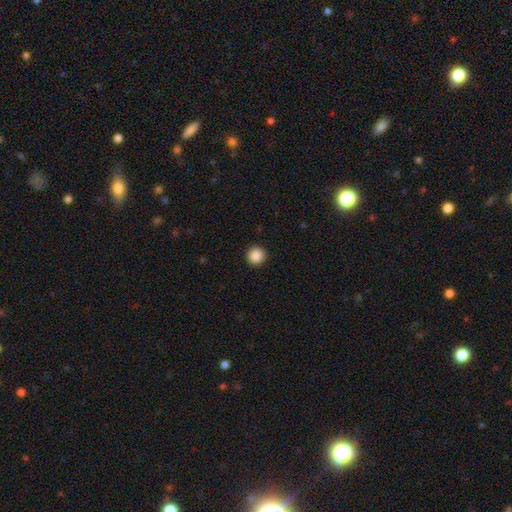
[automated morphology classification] Q: Smooth or featured?
A: smooth (88%); runner-up: star or artifact (9%)
Q: How rounded?
A: round (95%); runner-up: in between (4%)
Q: Merging?
A: none (93%); runner-up: minor disturbance (5%)